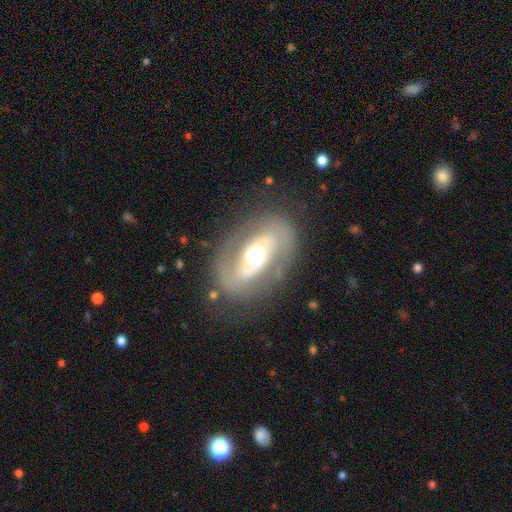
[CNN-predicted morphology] Q: Smooth or featured?
A: featured or disk (79%); runner-up: smooth (16%)
Q: Edge-on disk?
A: no (95%); runner-up: yes (5%)
Q: Bar?
A: no (51%); runner-up: weak (27%)
Q: Spiral arms?
A: yes (74%); runner-up: no (26%)
Q: Spiral winding?
A: medium (44%); runner-up: tight (32%)
Q: Spiral arm count?
A: 2 (86%); runner-up: can't tell (7%)
Q: Bulge size?
A: moderate (61%); runner-up: large (27%)
Q: Merging?
A: none (79%); runner-up: minor disturbance (12%)